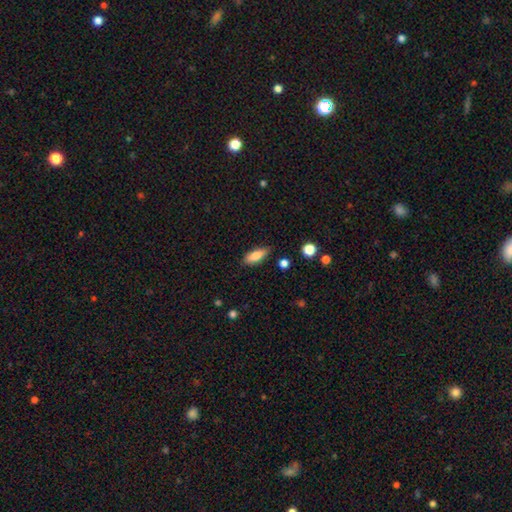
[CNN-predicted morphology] smooth-or-featured: smooth: 81% | featured or disk: 11% | star or artifact: 7%
  how-rounded: in between: 68% | cigar-shaped: 30% | round: 2%
  merging: none: 82% | minor disturbance: 14% | major disturbance: 3% | merger: 2%